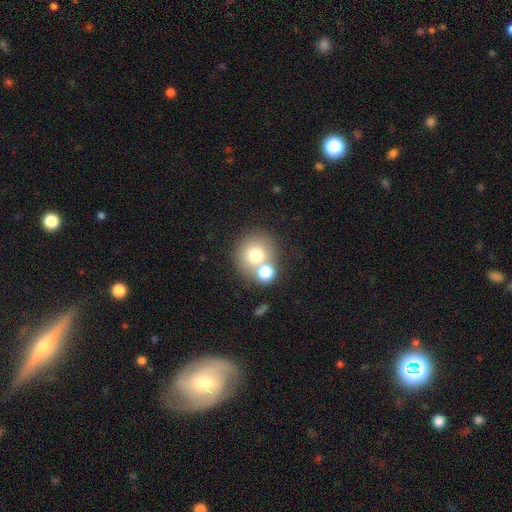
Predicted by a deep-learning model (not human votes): This appears to be a smooth galaxy with no disk features (72%) that is round (87%). Merging: none (52%).